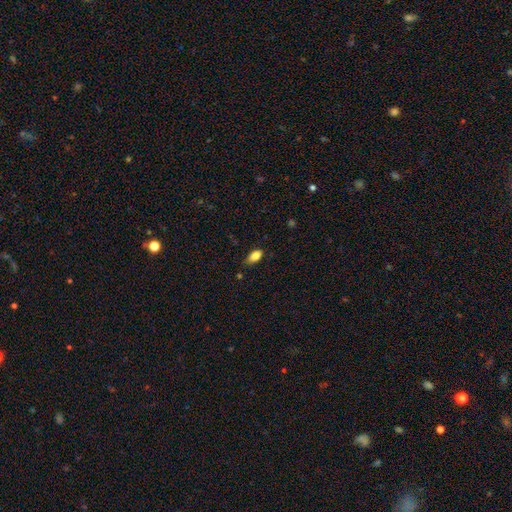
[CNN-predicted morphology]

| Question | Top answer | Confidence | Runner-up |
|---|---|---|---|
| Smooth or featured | smooth | 84% | star or artifact (8%) |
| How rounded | in between | 90% | round (5%) |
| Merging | none | 75% | minor disturbance (20%) |